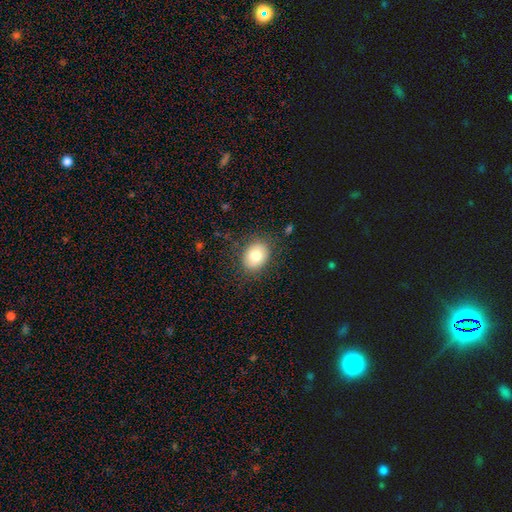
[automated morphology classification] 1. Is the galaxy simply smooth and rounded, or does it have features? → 79% smooth, 12% featured or disk, 9% star or artifact.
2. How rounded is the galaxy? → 56% in between, 43% round, 1% cigar-shaped.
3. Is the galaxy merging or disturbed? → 85% none, 11% minor disturbance, 4% major disturbance, 1% merger.